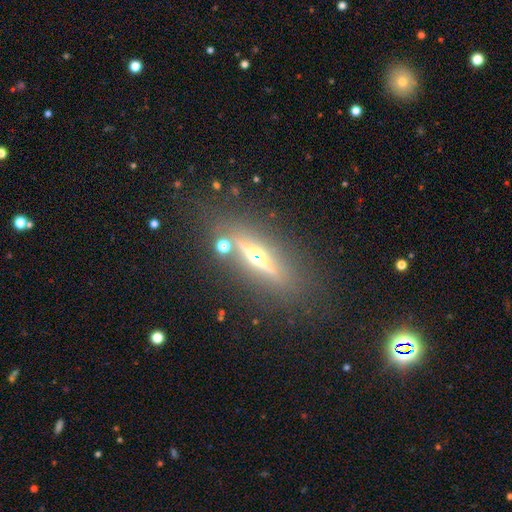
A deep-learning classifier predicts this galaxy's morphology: Smooth or featured: featured or disk — 65% (smooth — 22%)
Edge-on disk: yes — 87% (no — 13%)
Edge-on bulge: rounded — 83% (none — 10%)
Merging: none — 75% (minor disturbance — 12%)